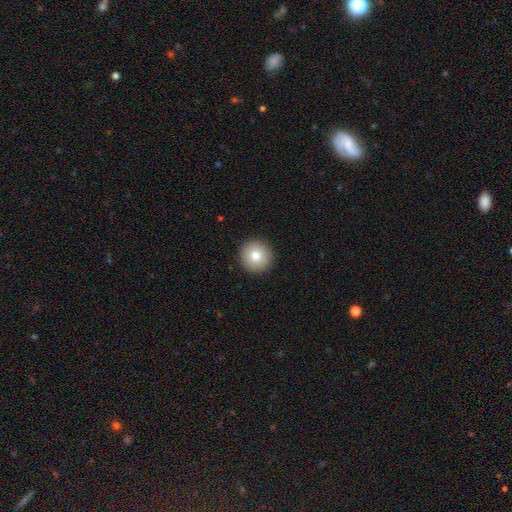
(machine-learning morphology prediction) smooth-or-featured: smooth: 80% | featured or disk: 11% | star or artifact: 9%
  how-rounded: round: 96% | in between: 3% | cigar-shaped: 1%
  merging: none: 93% | minor disturbance: 4% | major disturbance: 1% | merger: 1%